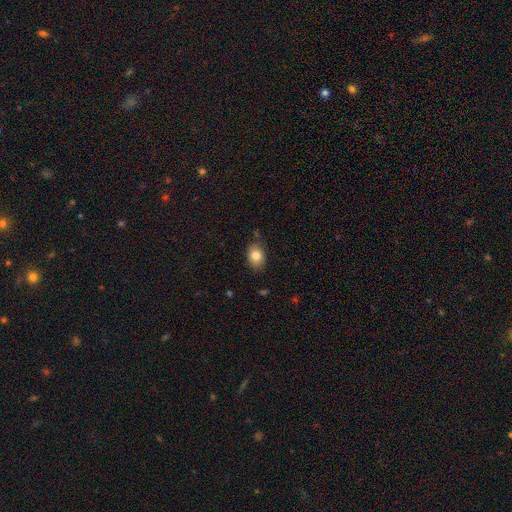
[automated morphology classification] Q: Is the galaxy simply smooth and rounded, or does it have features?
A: smooth — 82%.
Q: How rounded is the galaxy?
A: in between — 73%.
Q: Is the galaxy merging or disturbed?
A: none — 80%.